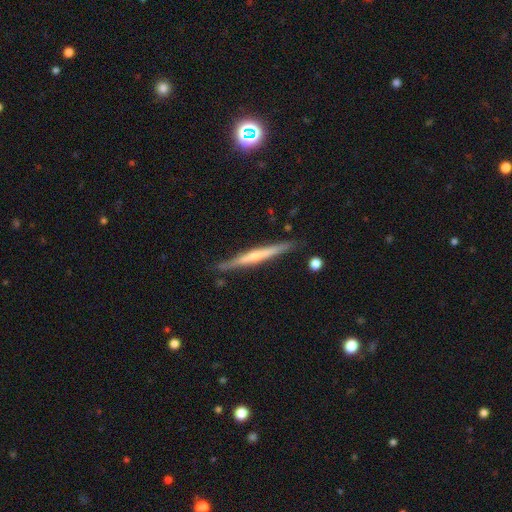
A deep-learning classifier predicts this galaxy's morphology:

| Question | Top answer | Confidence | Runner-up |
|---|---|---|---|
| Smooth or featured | featured or disk | 68% | smooth (27%) |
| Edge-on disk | yes | 97% | no (3%) |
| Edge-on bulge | rounded | 64% | none (30%) |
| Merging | none | 85% | minor disturbance (11%) |